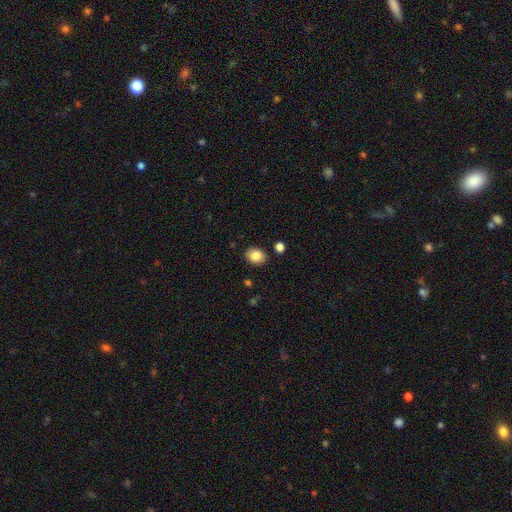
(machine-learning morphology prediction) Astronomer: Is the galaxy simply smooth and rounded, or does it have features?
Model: smooth — 85%.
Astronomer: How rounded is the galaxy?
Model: in between — 56% (runner-up: round, 43%).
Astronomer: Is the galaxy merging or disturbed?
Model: none — 86%.